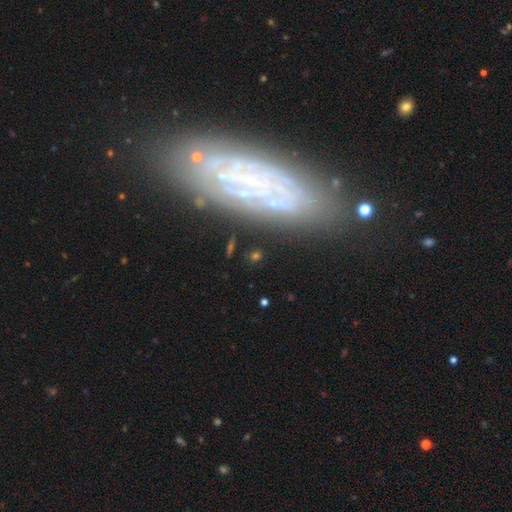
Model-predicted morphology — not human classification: The model was most divided on "smooth or featured": featured or disk: 54%, smooth: 27%, star or artifact: 19%. More confident: edge-on disk — no (81%); merging — none (74%).